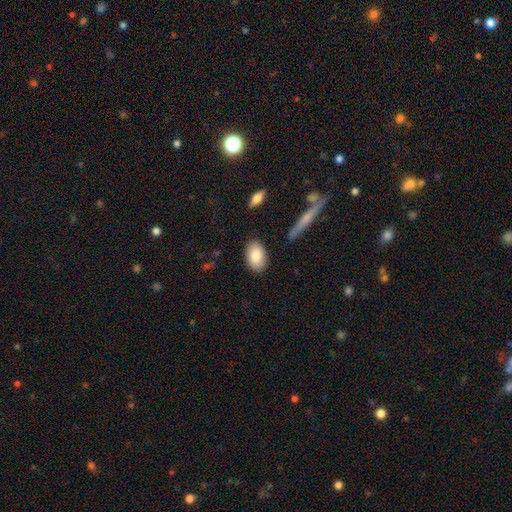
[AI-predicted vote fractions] Q: Smooth or featured?
A: smooth (85%); runner-up: featured or disk (9%)
Q: How rounded?
A: in between (92%); runner-up: round (6%)
Q: Merging?
A: none (85%); runner-up: minor disturbance (10%)